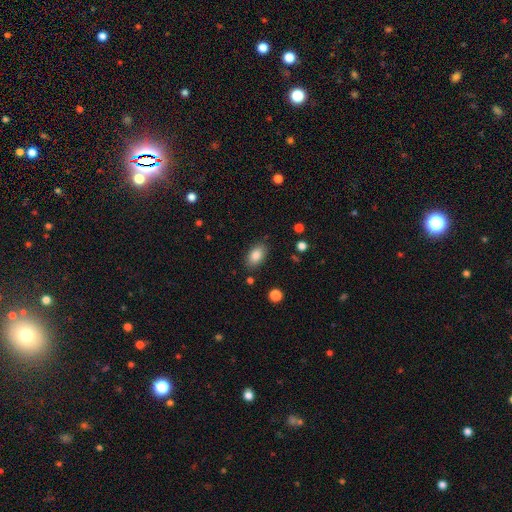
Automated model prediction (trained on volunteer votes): A smooth galaxy with no disk features (85%) that is in between round and cigar-shaped (90%).

Vote fractions:
- Smooth or featured? smooth: 85% / star or artifact: 8% / featured or disk: 7%
- How rounded? in between: 90% / round: 8% / cigar-shaped: 2%
- Merging? none: 84% / minor disturbance: 11% / major disturbance: 3% / merger: 2%